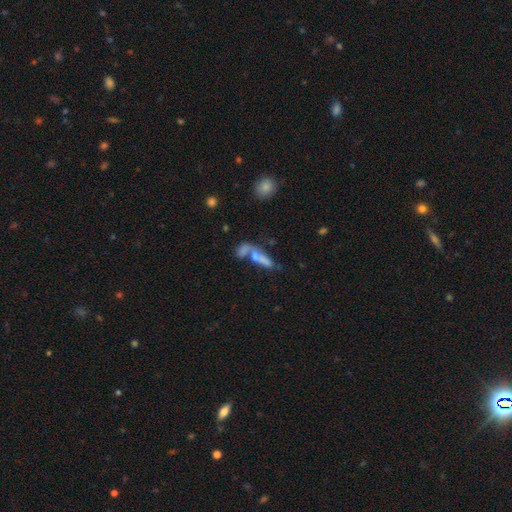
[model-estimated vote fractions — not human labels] A smooth galaxy with no disk features (56%) that is cigar-shaped (56%). Merging: merger (53%).